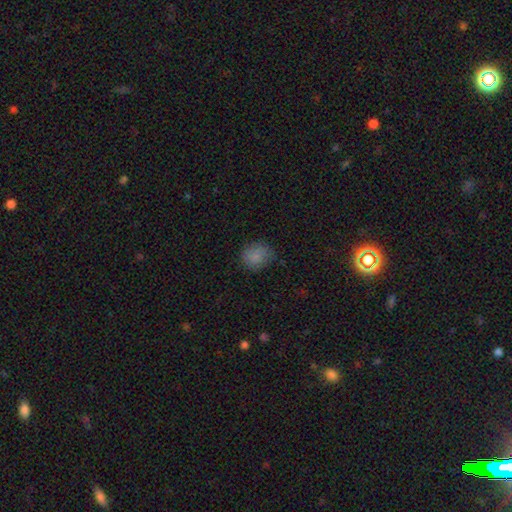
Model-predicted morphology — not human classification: The model was most divided on "how rounded": round: 74%, in between: 25%, cigar-shaped: 1%. More confident: smooth or featured — smooth (83%); merging — none (74%).